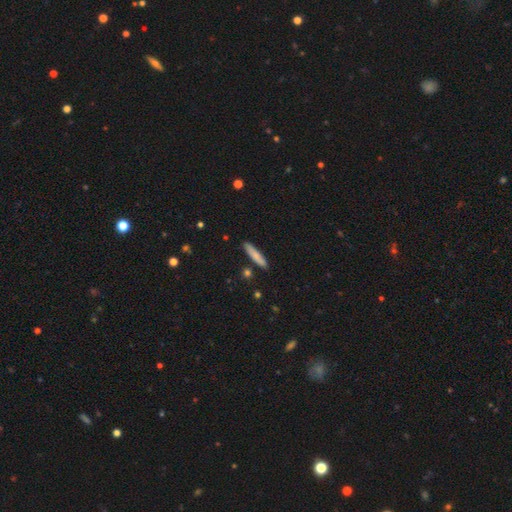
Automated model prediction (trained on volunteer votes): Smooth or featured?
  - smooth: 79% *
  - featured or disk: 15%
  - star or artifact: 6%
How rounded?
  - cigar-shaped: 88% *
  - in between: 10%
  - round: 1%
Merging?
  - none: 86% *
  - minor disturbance: 9%
  - merger: 3%
  - major disturbance: 2%